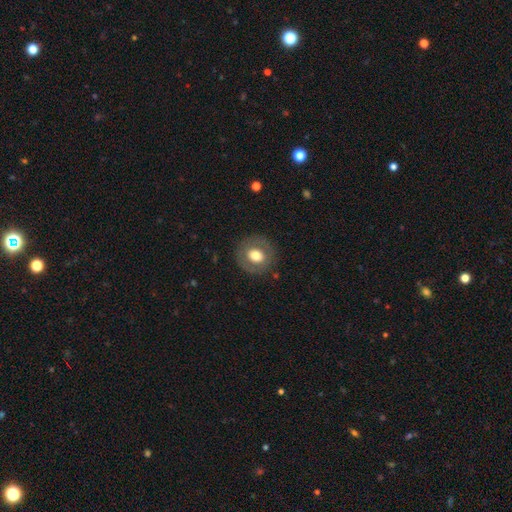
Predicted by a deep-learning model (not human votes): smooth 62%, featured or disk 30%, star or artifact 8%. Down the decision tree: how rounded — round (83%); merging — none (85%).